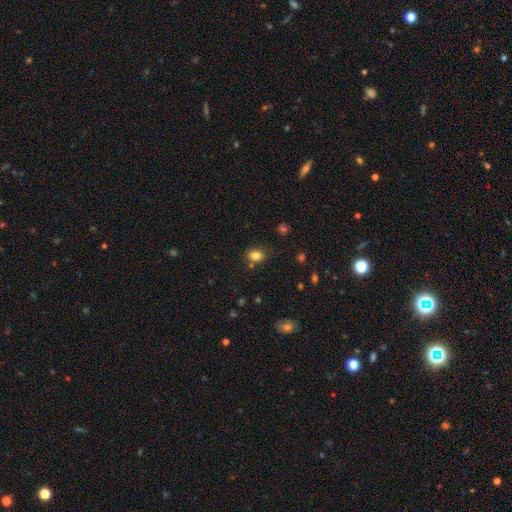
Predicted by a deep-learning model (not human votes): This is clearly a smooth galaxy (82%). How rounded: possibly in between (59%). Merging: likely none (76%).